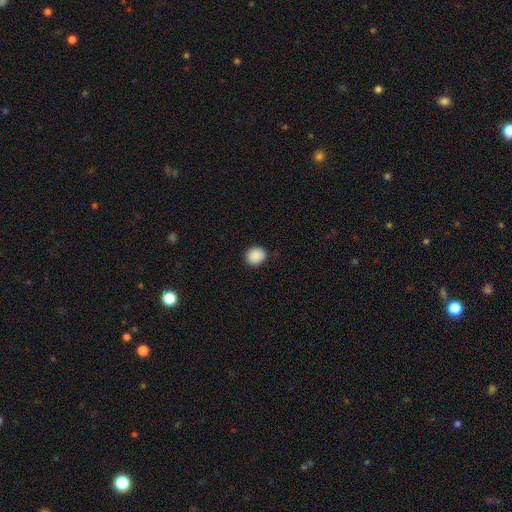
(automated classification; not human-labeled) Overall: smooth (90%). How rounded: round (68%; in between 31%). Merging: none (88%).